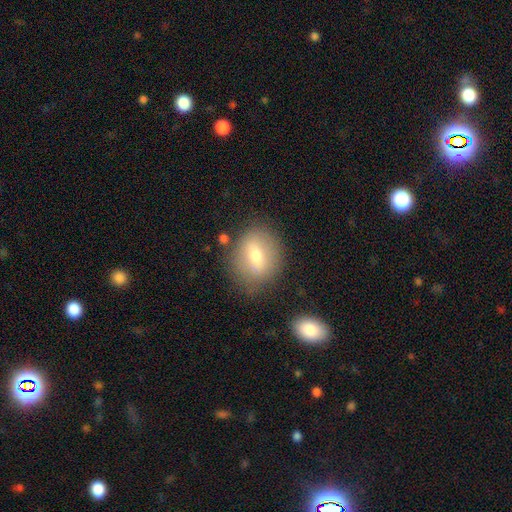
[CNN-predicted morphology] A smooth galaxy with no disk features (62%) that is round (52%). Merging: none (78%).